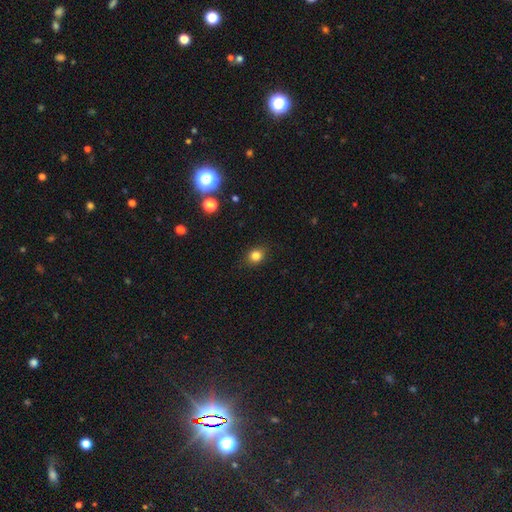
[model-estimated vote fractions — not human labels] smooth-or-featured: smooth: 82% | star or artifact: 12% | featured or disk: 5%
  how-rounded: round: 66% | in between: 33% | cigar-shaped: 1%
  merging: none: 87% | minor disturbance: 9% | major disturbance: 2% | merger: 1%